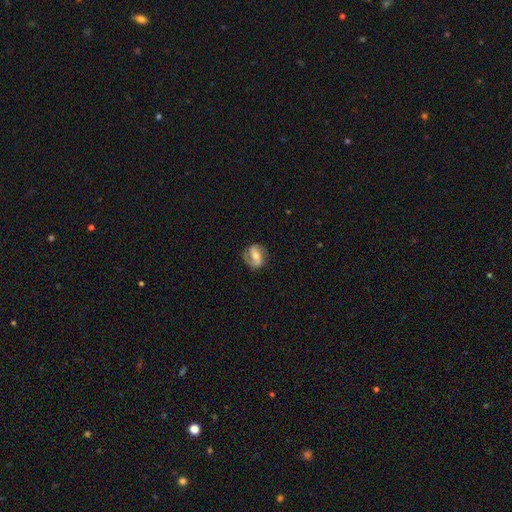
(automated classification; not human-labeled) This appears to be a featured or disk galaxy (74%) with a strong bar (42%), 2 (86%) medium (44%) spiral arms (90%) and a moderate central bulge (58%). Merging: none (79%).